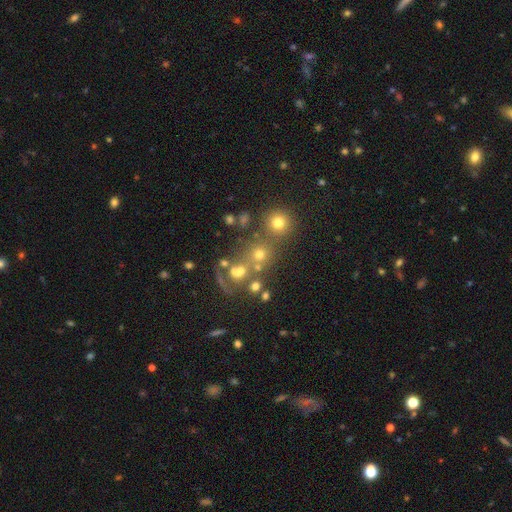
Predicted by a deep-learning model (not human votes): Overall: star or artifact (43%; smooth 40%).